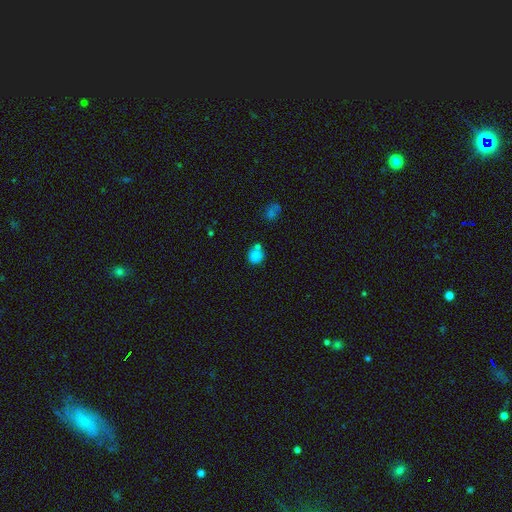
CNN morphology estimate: smooth-or-featured: smooth: 82% | star or artifact: 12% | featured or disk: 6%
  how-rounded: round: 88% | in between: 11% | cigar-shaped: 1%
  merging: none: 63% | merger: 19% | minor disturbance: 13% | major disturbance: 4%